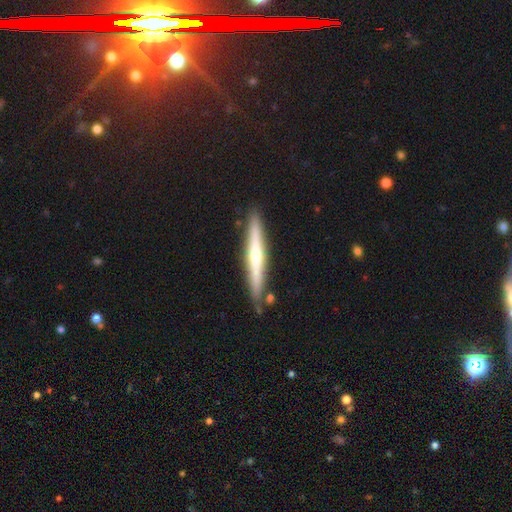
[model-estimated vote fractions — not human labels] A featured or disk galaxy (61%) viewed edge-on (97%) with a rounded central bulge (64%). Merging: none (87%).